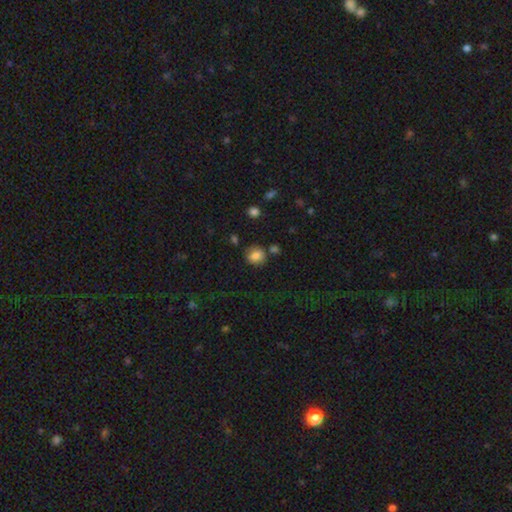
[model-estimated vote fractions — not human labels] The model was most divided on "how rounded": round: 71%, in between: 28%, cigar-shaped: 1%. More confident: smooth or featured — smooth (82%); merging — none (73%).